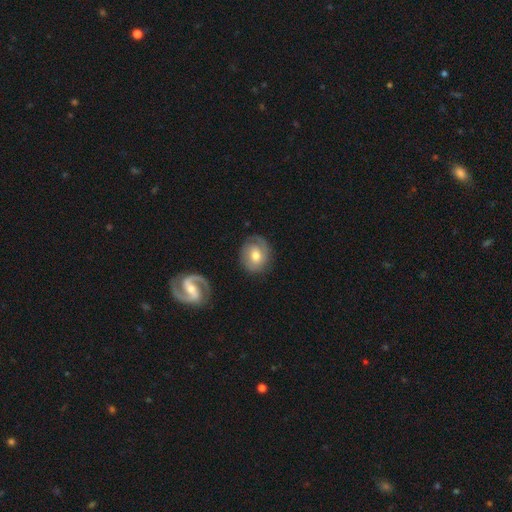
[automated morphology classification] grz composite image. It shows a featured or disk galaxy (59%) with no bar (60%), spiral arms (83%) and a moderate central bulge (67%). Merging: none (74%).